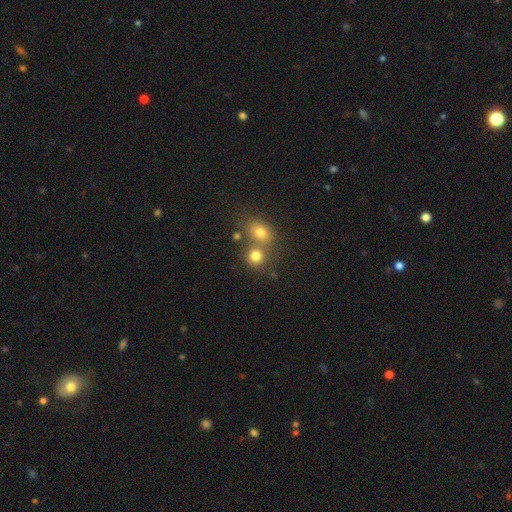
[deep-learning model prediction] Smooth or featured?
  - smooth: 77% *
  - star or artifact: 14%
  - featured or disk: 9%
How rounded?
  - round: 80% *
  - in between: 19%
  - cigar-shaped: 1%
Merging?
  - none: 49% *
  - merger: 39%
  - minor disturbance: 8%
  - major disturbance: 4%